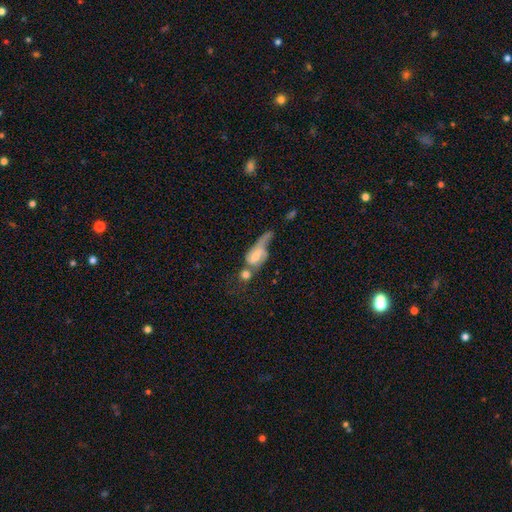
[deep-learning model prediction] smooth_or_featured: featured or disk (p=0.52) [alt: smooth p=0.38]
disk_edge_on: no (p=0.86) [alt: yes p=0.14]
merging: merger (p=0.42) [alt: major disturbance p=0.29]